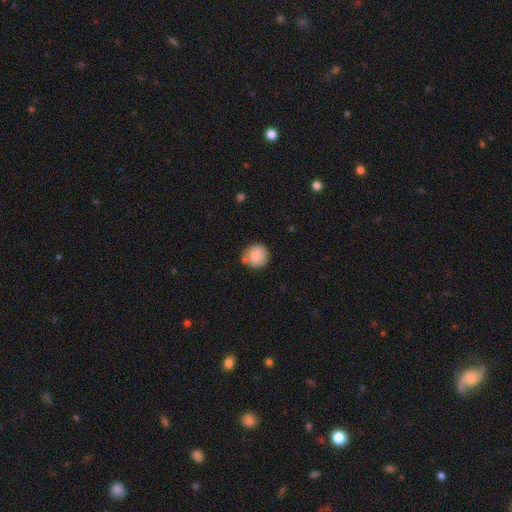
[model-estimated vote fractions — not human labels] This appears to be a smooth galaxy with no disk features (82%) that is round (93%). Merging: none (75%).